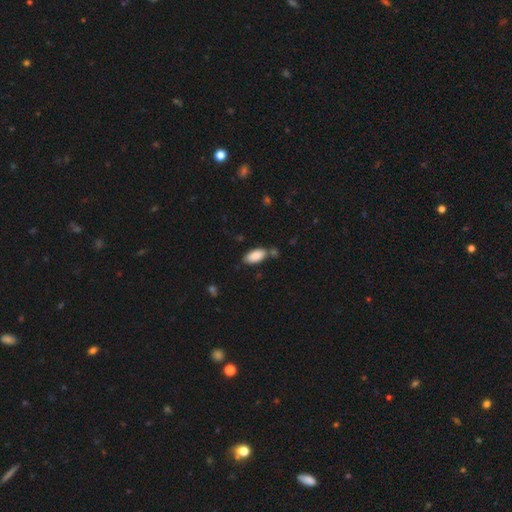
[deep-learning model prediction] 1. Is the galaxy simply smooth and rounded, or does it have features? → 87% smooth, 7% star or artifact, 6% featured or disk.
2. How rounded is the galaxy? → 90% in between, 8% cigar-shaped, 2% round.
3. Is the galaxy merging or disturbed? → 68% none, 18% minor disturbance, 10% merger, 4% major disturbance.